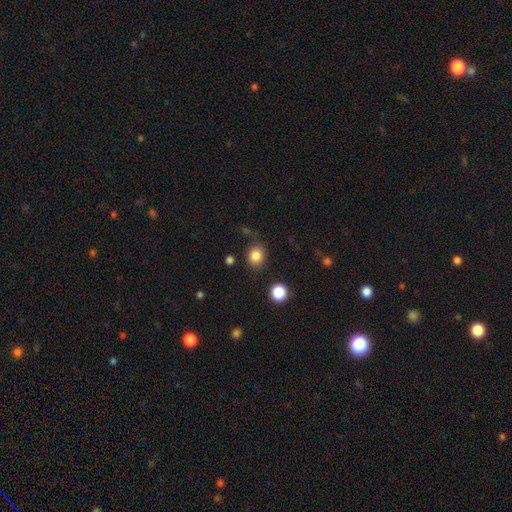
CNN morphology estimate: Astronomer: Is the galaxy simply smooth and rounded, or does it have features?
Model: smooth — 84%.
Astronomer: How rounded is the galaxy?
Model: round — 75%.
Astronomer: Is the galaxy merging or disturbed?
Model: none — 77%.